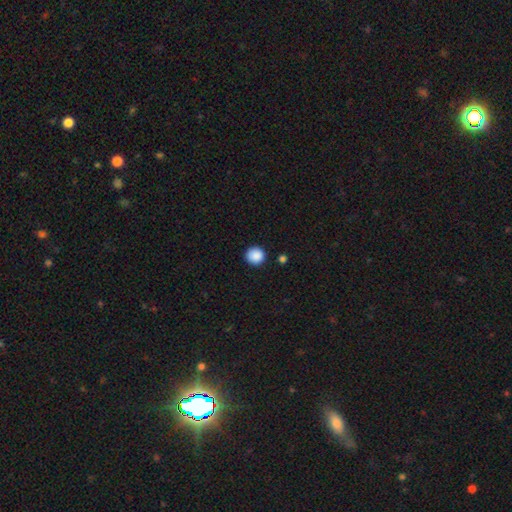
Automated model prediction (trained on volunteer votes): The model was most divided on "smooth or featured": smooth: 88%, star or artifact: 9%, featured or disk: 2%. More confident: how rounded — round (94%); merging — none (91%).